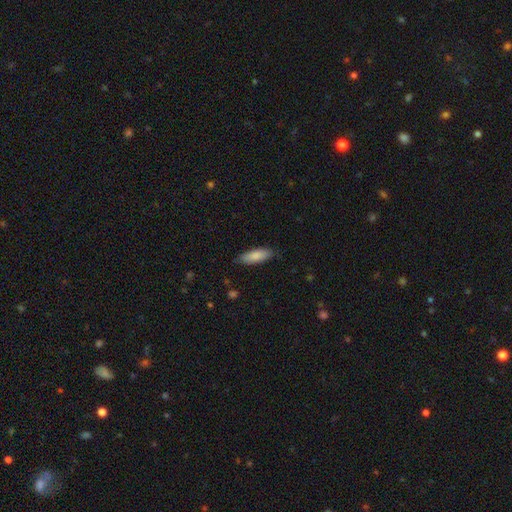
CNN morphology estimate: A smooth galaxy with no disk features (85%) that is in between round and cigar-shaped (58%).

Vote fractions:
- Smooth or featured? smooth: 85% / featured or disk: 10% / star or artifact: 6%
- How rounded? in between: 58% / cigar-shaped: 40% / round: 2%
- Merging? none: 84% / minor disturbance: 13% / major disturbance: 2% / merger: 1%